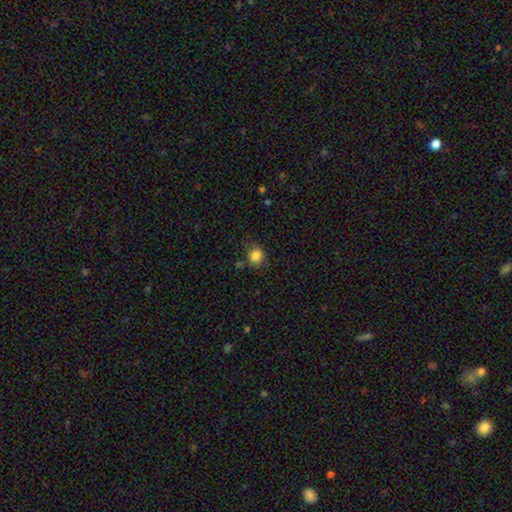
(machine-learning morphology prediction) smooth 83%, star or artifact 11%, featured or disk 5%. Down the decision tree: how rounded — round (76%); merging — none (73%).